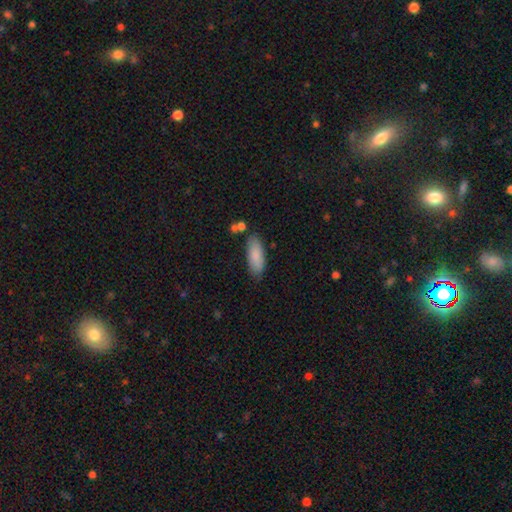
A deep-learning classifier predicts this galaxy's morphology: type=smooth (86%); roundness=in between (67%); merging=none (78%).